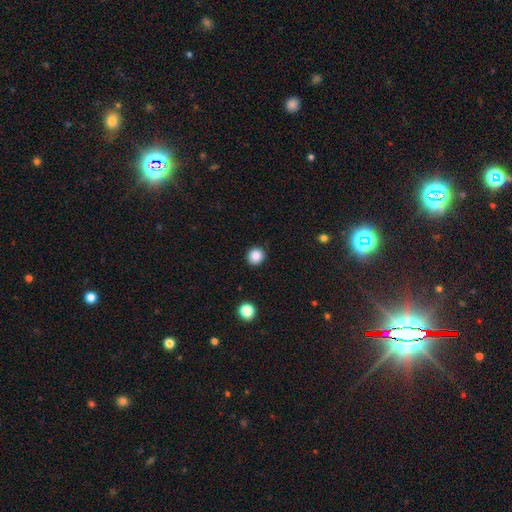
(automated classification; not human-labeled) smooth 86%, star or artifact 11%, featured or disk 3%. Down the decision tree: how rounded — round (90%); merging — none (90%).